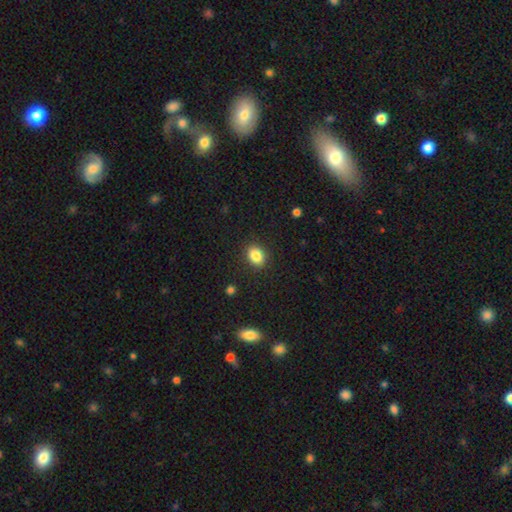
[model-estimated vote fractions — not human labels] smooth-or-featured: smooth: 85% | star or artifact: 9% | featured or disk: 5%
  how-rounded: in between: 59% | round: 40% | cigar-shaped: 1%
  merging: none: 88% | minor disturbance: 8% | major disturbance: 3% | merger: 1%